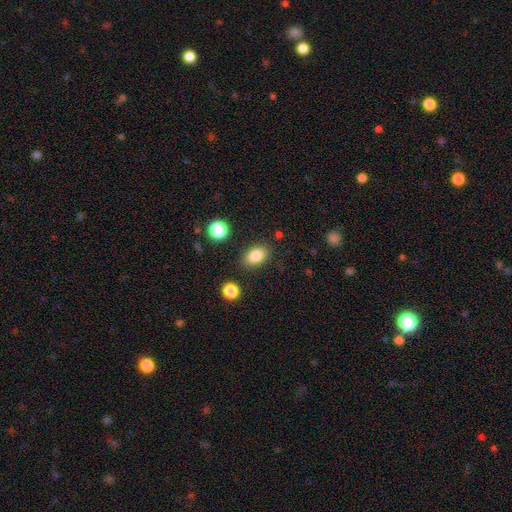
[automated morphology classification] This appears to be a smooth galaxy with no disk features (82%) that is in between round and cigar-shaped (84%). Merging: none (85%).